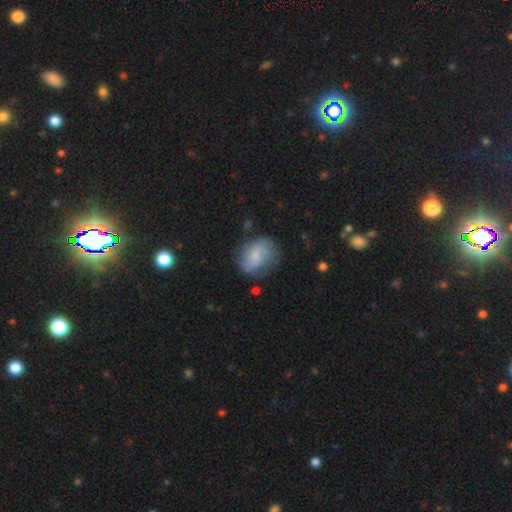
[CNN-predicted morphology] Overall: featured or disk (48%; smooth 44%). Merging: none (61%; minor disturbance 25%).